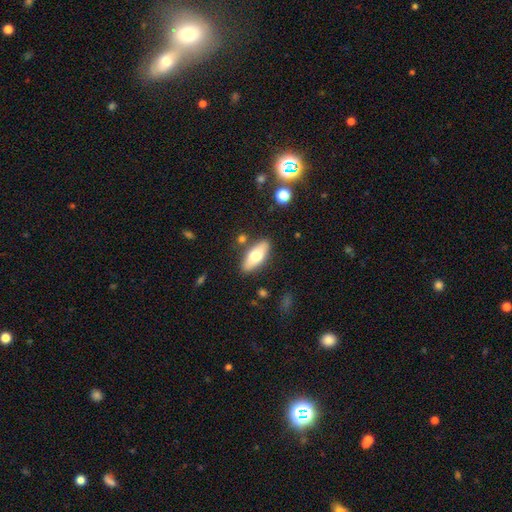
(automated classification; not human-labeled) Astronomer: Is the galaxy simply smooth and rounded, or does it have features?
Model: smooth — 65%.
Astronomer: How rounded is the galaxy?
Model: in between — 77%.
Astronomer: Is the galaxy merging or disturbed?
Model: none — 83%.